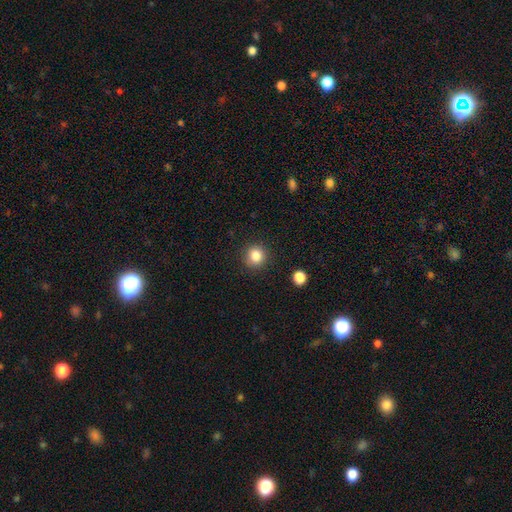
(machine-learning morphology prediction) Smooth or featured? Predicted: smooth (p=0.84). How rounded? Predicted: round (p=0.89). Merging? Predicted: none (p=0.89).